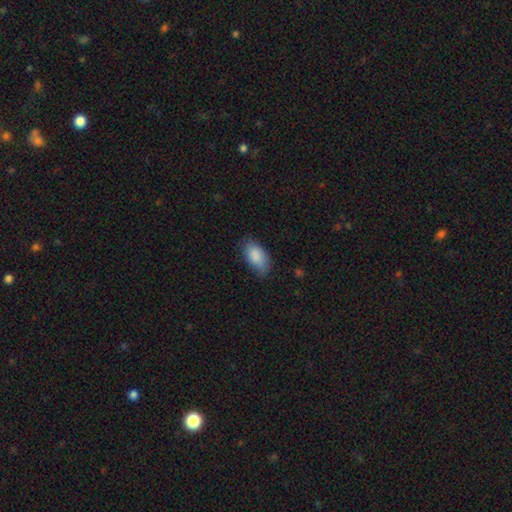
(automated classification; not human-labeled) Smooth or featured?
  - smooth: 87% *
  - featured or disk: 7%
  - star or artifact: 6%
How rounded?
  - in between: 94% *
  - round: 3%
  - cigar-shaped: 3%
Merging?
  - none: 70% *
  - minor disturbance: 24%
  - major disturbance: 5%
  - merger: 1%